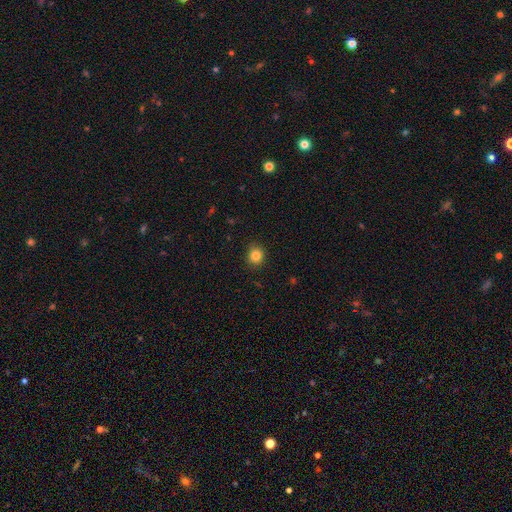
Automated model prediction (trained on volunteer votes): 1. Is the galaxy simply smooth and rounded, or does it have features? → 84% smooth, 11% star or artifact, 5% featured or disk.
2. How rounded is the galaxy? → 82% round, 17% in between, 1% cigar-shaped.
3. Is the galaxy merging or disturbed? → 89% none, 8% minor disturbance, 2% major disturbance, 1% merger.